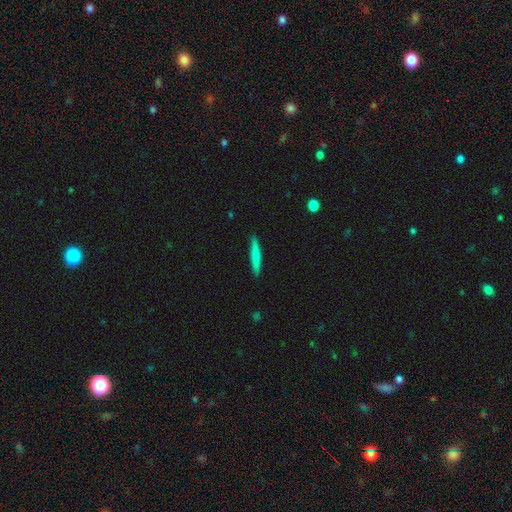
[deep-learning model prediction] This appears to be a smooth galaxy with no disk features (74%) that is cigar-shaped (95%). Merging: none (91%).